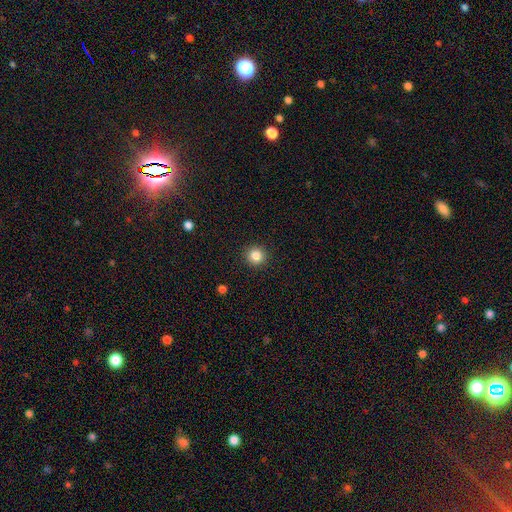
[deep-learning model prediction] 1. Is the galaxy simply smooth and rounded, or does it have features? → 85% smooth, 11% star or artifact, 4% featured or disk.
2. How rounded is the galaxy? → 94% round, 5% in between, 1% cigar-shaped.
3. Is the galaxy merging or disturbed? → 92% none, 5% minor disturbance, 2% major disturbance, 1% merger.